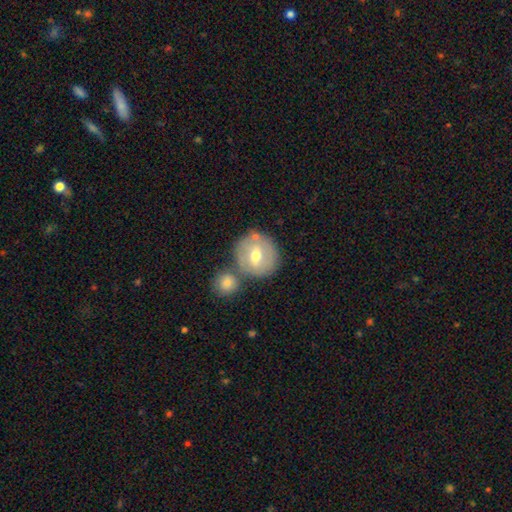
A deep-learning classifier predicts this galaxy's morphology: smooth_or_featured: smooth (p=0.57) [alt: featured or disk p=0.37]
how_rounded: round (p=0.88) [alt: in between p=0.11]
merging: none (p=0.60) [alt: merger p=0.24]